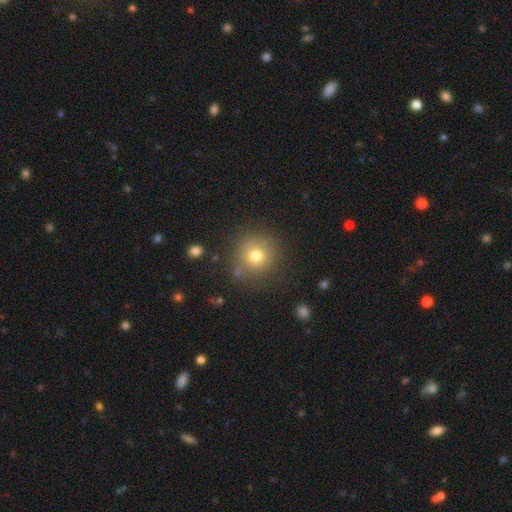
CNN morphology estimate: This is likely a smooth galaxy (75%). How rounded: clearly round (92%). Merging: clearly none (81%).